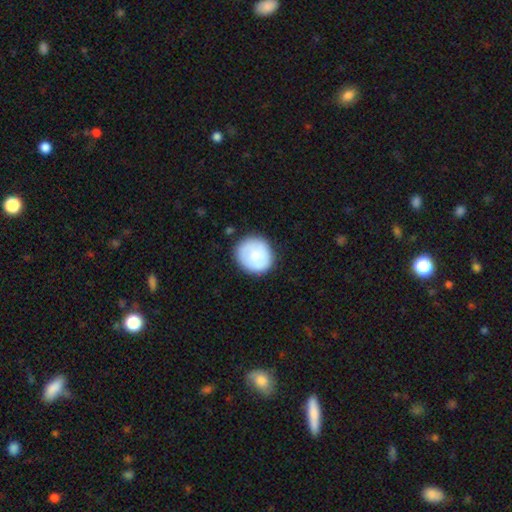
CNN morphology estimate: This is likely a smooth galaxy (79%). How rounded: clearly round (86%). Merging: clearly none (81%).